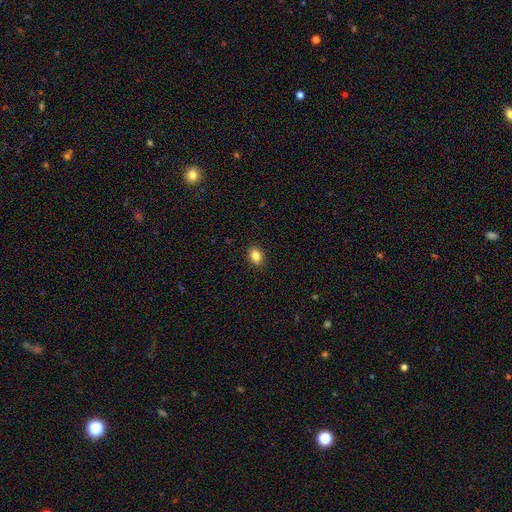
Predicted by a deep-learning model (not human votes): The model was most divided on "how rounded": round: 51%, in between: 48%, cigar-shaped: 1%. More confident: merging — none (90%); smooth or featured — smooth (84%).